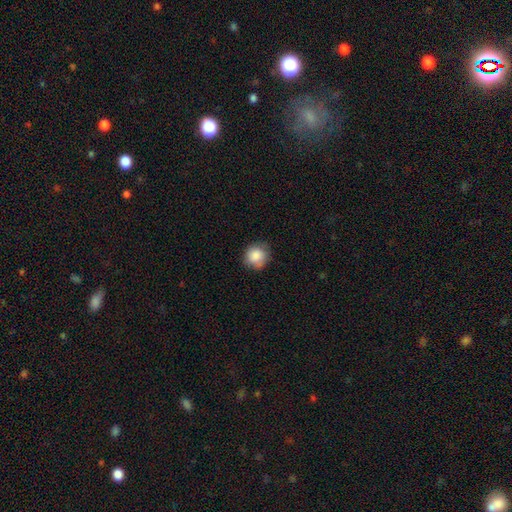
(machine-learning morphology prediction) A smooth galaxy with no disk features (85%) that is round (86%).

Vote fractions:
- Smooth or featured? smooth: 85% / star or artifact: 8% / featured or disk: 6%
- How rounded? round: 86% / in between: 13% / cigar-shaped: 1%
- Merging? none: 76% / minor disturbance: 19% / major disturbance: 4% / merger: 1%